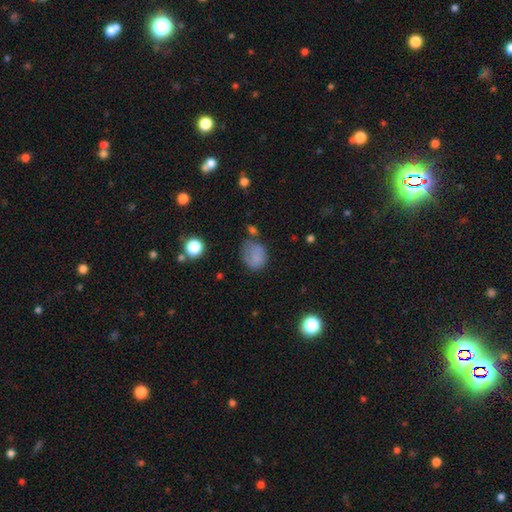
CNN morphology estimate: Q: Smooth or featured?
A: smooth (76%); runner-up: featured or disk (13%)
Q: How rounded?
A: round (58%); runner-up: in between (41%)
Q: Merging?
A: none (48%); runner-up: minor disturbance (30%)